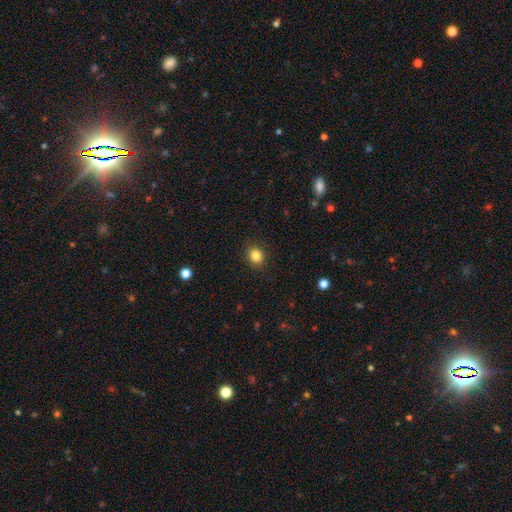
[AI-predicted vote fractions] Q: Smooth or featured?
A: smooth (84%); runner-up: star or artifact (11%)
Q: How rounded?
A: round (70%); runner-up: in between (29%)
Q: Merging?
A: none (89%); runner-up: minor disturbance (7%)